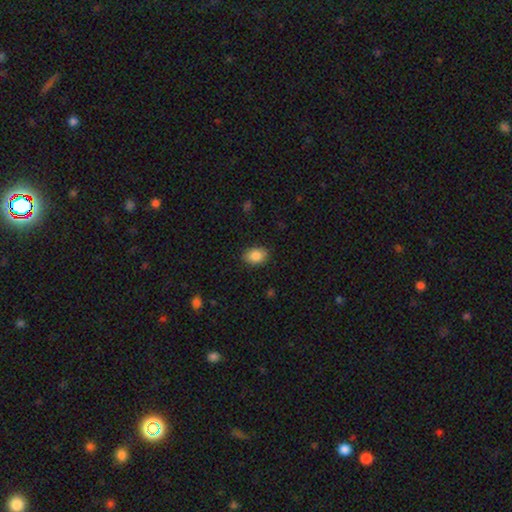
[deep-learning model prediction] Overall: smooth (86%). How rounded: in between (76%). Merging: none (87%).